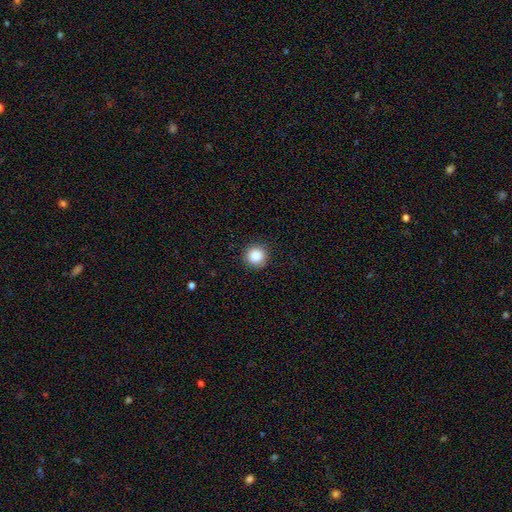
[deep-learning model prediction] smooth_or_featured: smooth (p=0.88) [alt: star or artifact p=0.09]
how_rounded: round (p=0.95) [alt: in between p=0.04]
merging: none (p=0.91) [alt: minor disturbance p=0.06]